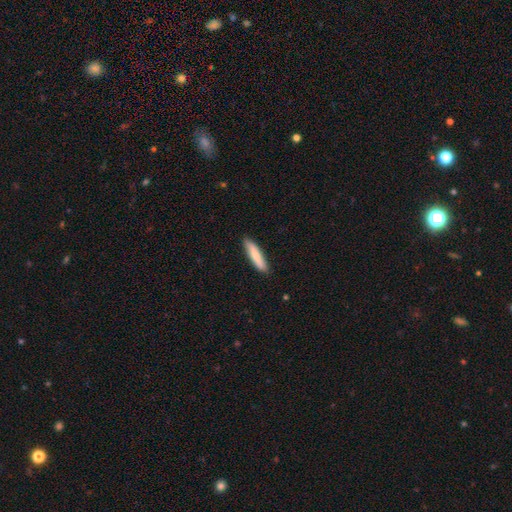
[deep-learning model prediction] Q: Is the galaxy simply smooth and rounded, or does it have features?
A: smooth — 74%.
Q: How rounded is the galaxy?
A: cigar-shaped — 82%.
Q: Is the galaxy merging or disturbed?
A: none — 89%.